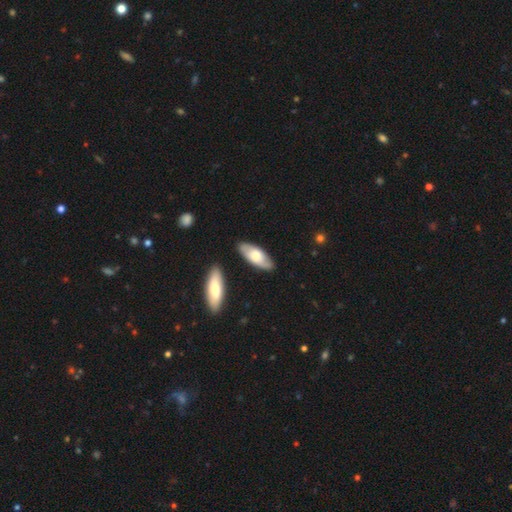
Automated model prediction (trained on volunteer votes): Smooth or featured? smooth (58%)
How rounded? in between (79%)
Merging? none (84%)